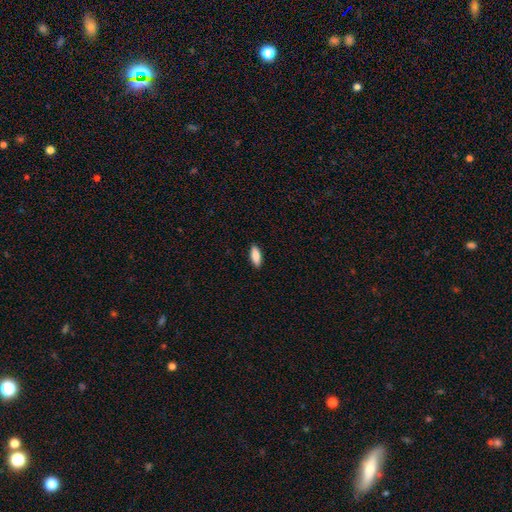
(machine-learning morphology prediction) Smooth or featured?
  - smooth: 87% *
  - featured or disk: 7%
  - star or artifact: 6%
How rounded?
  - in between: 75% *
  - cigar-shaped: 23%
  - round: 2%
Merging?
  - none: 90% *
  - minor disturbance: 8%
  - major disturbance: 2%
  - merger: 1%